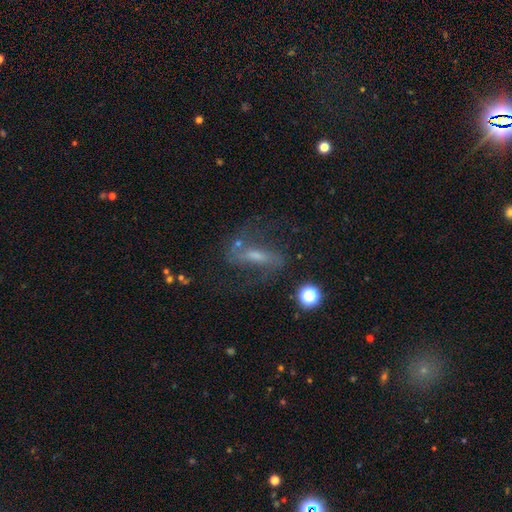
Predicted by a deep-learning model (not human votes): Smooth or featured? featured or disk (72%)
Edge-on disk? no (86%)
Bar? strong (43%)
Spiral arms? yes (87%)
Spiral winding? loose (54%)
Spiral arm count? 2 (86%)
Bulge size? small (46%)
Merging? none (59%)